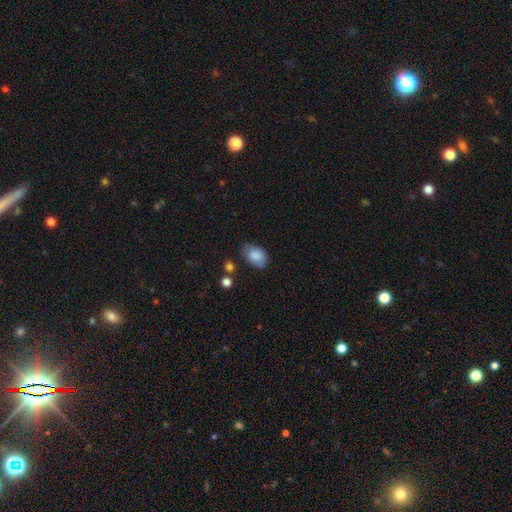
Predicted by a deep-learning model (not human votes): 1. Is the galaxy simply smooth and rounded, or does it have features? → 84% smooth, 8% featured or disk, 7% star or artifact.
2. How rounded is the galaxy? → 85% in between, 14% round, 1% cigar-shaped.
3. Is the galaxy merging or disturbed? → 62% none, 29% minor disturbance, 6% major disturbance, 3% merger.